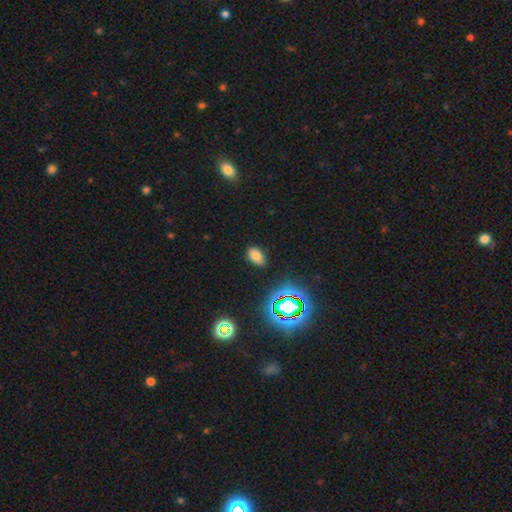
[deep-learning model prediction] This is likely a smooth galaxy (72%). How rounded: clearly in between (88%). Merging: clearly none (85%).